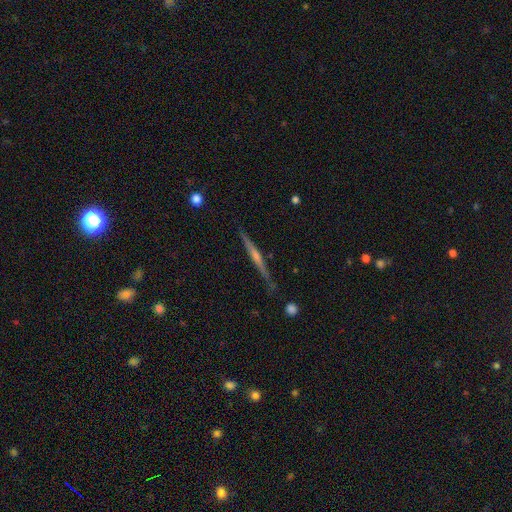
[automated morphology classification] type=featured or disk (79%); edge-on=yes (98%); edge-on bulge=rounded (78%); merging=none (89%).